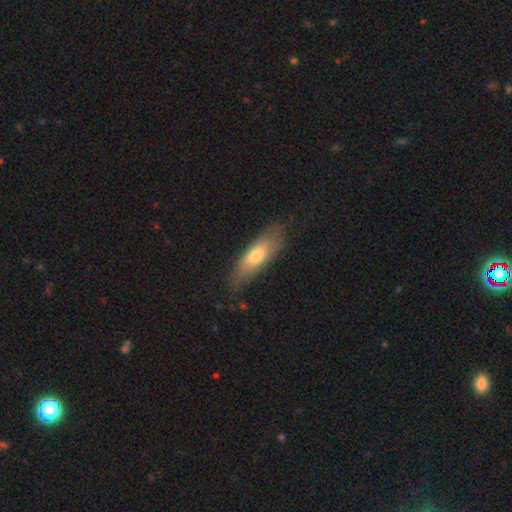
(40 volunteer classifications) Morphology: type=smooth (78%); roundness=cigar-shaped (58%); merging=none (77%).